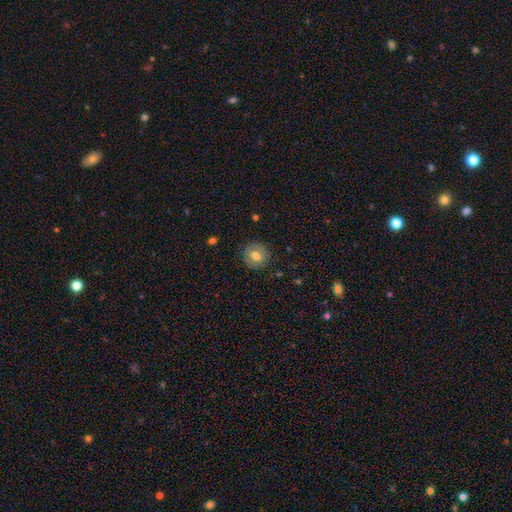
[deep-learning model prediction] This appears to be a smooth galaxy with no disk features (71%) that is round (90%). Merging: none (87%).